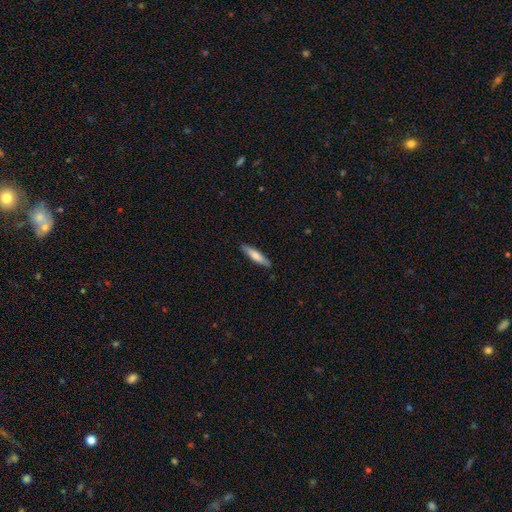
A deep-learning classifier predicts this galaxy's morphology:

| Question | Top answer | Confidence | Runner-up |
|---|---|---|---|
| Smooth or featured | smooth | 71% | featured or disk (23%) |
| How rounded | cigar-shaped | 82% | in between (17%) |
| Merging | none | 88% | minor disturbance (10%) |